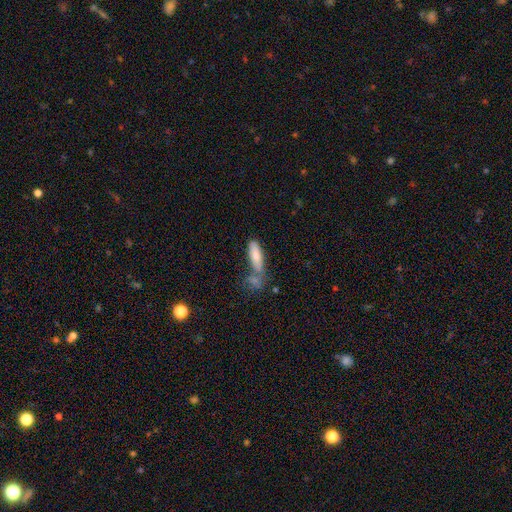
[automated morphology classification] The model was most divided on "how rounded": in between: 50%, cigar-shaped: 47%, round: 2%. Remaining: smooth or featured — smooth (80%); merging — none (48%).